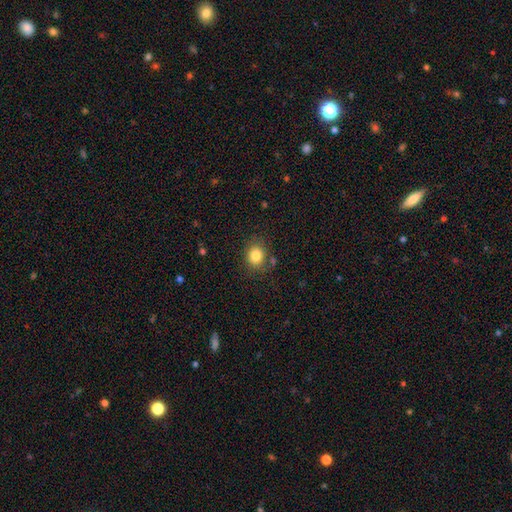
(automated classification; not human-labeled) smooth-or-featured: smooth: 83% | star or artifact: 10% | featured or disk: 6%
  how-rounded: round: 68% | in between: 31% | cigar-shaped: 1%
  merging: none: 80% | minor disturbance: 12% | merger: 4% | major disturbance: 4%